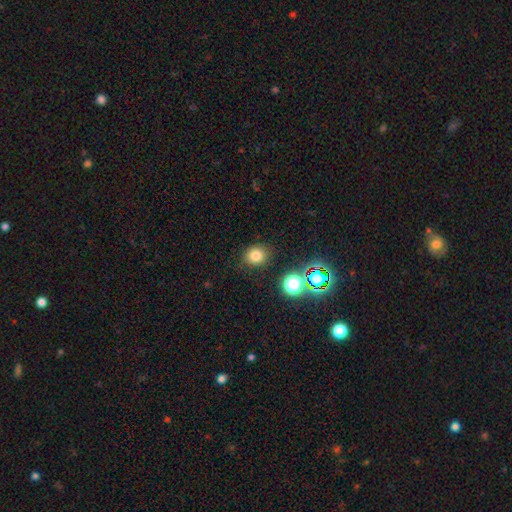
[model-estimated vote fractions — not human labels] smooth_or_featured: smooth (p=0.78) [alt: star or artifact p=0.16]
how_rounded: round (p=0.74) [alt: in between p=0.25]
merging: none (p=0.85) [alt: minor disturbance p=0.10]